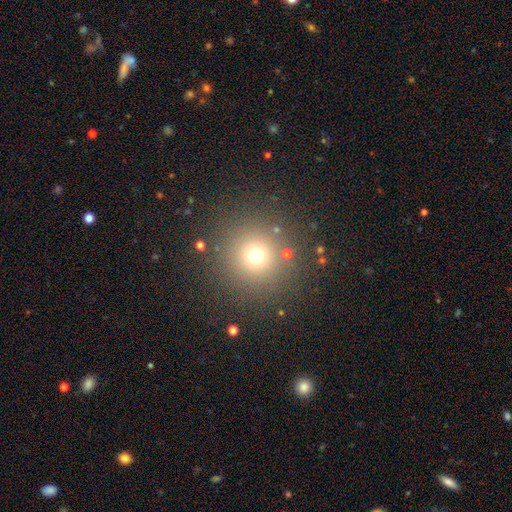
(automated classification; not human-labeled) Smooth or featured? Predicted: smooth (p=0.69). How rounded? Predicted: round (p=0.95). Merging? Predicted: none (p=0.86).